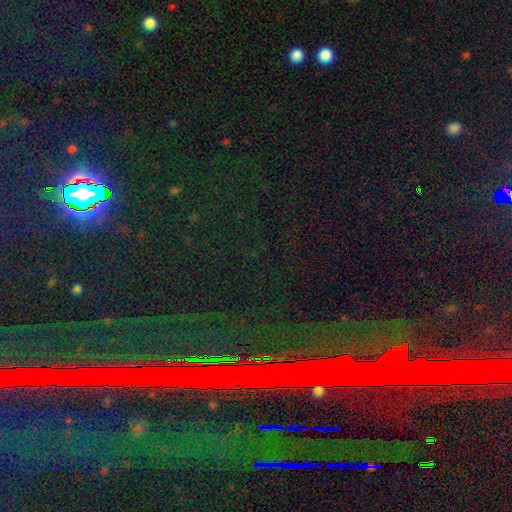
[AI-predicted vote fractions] Overall: star or artifact (85%).